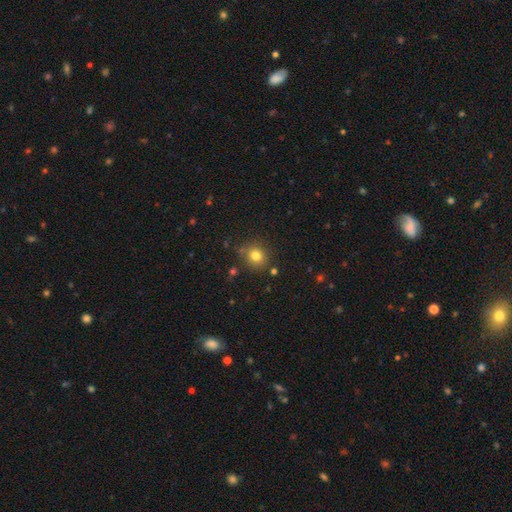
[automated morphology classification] This appears to be a smooth galaxy with no disk features (79%) that is round (84%). Merging: none (81%).